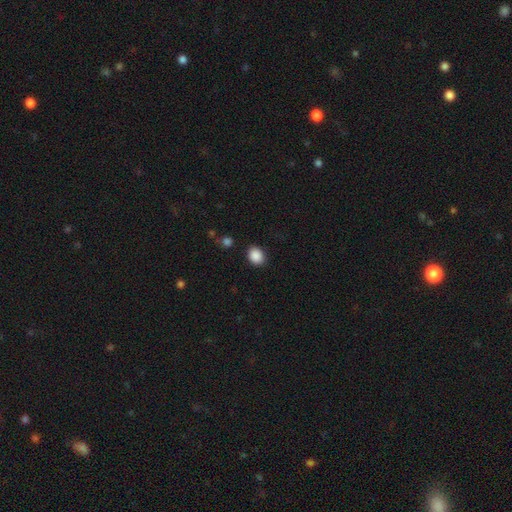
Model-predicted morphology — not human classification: Smooth or featured?
  - smooth: 89% *
  - star or artifact: 8%
  - featured or disk: 3%
How rounded?
  - in between: 56% *
  - round: 43%
  - cigar-shaped: 1%
Merging?
  - none: 87% *
  - minor disturbance: 9%
  - major disturbance: 3%
  - merger: 2%